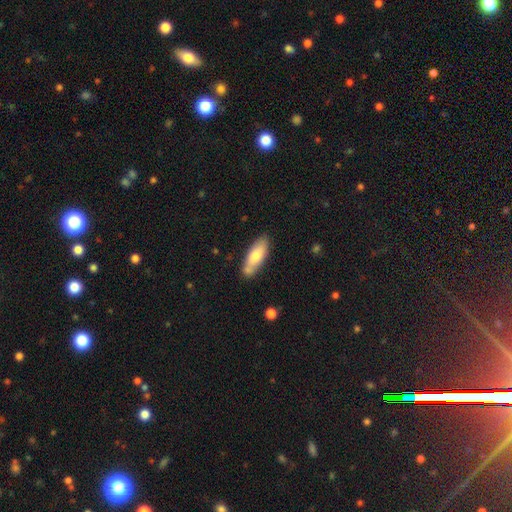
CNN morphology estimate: Smooth or featured?
  - smooth: 72% *
  - featured or disk: 22%
  - star or artifact: 6%
How rounded?
  - in between: 60% *
  - cigar-shaped: 39%
  - round: 2%
Merging?
  - none: 74% *
  - minor disturbance: 17%
  - merger: 6%
  - major disturbance: 3%